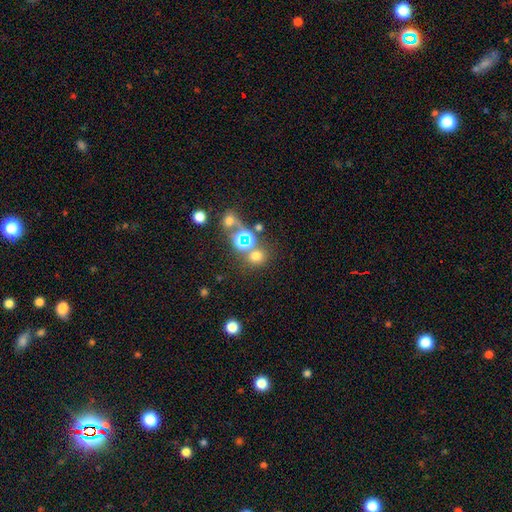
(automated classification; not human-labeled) A smooth galaxy with no disk features (63%) that is round (80%).

Vote fractions:
- Smooth or featured? smooth: 63% / star or artifact: 29% / featured or disk: 9%
- How rounded? round: 80% / in between: 19% / cigar-shaped: 1%
- Merging? none: 67% / merger: 18% / minor disturbance: 9% / major disturbance: 6%